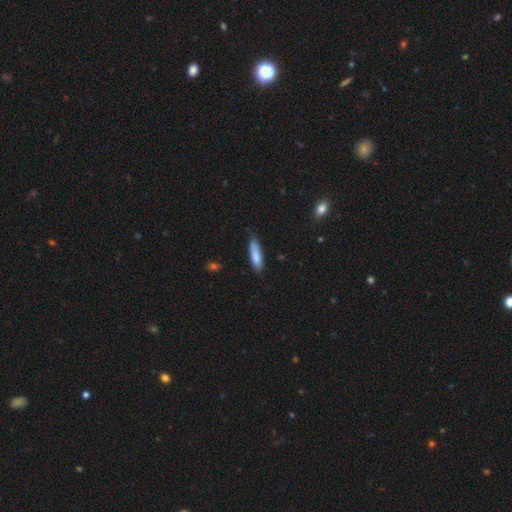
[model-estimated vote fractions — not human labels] A smooth galaxy with no disk features (85%) that is cigar-shaped (63%).

Vote fractions:
- Smooth or featured? smooth: 85% / featured or disk: 9% / star or artifact: 6%
- How rounded? cigar-shaped: 63% / in between: 36% / round: 1%
- Merging? none: 71% / minor disturbance: 24% / major disturbance: 3% / merger: 2%